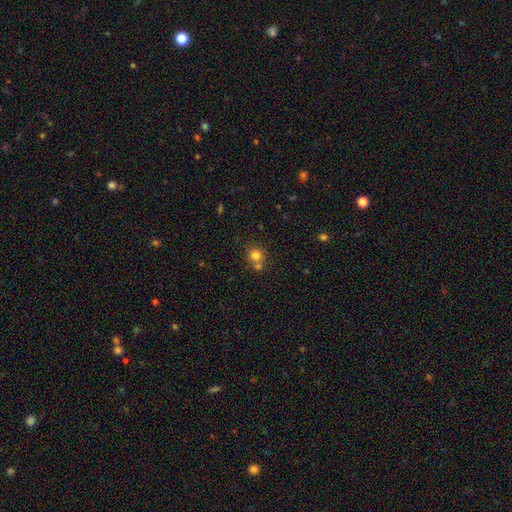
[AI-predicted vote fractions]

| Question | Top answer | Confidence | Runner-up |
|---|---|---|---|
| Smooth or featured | smooth | 78% | star or artifact (14%) |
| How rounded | round | 87% | in between (12%) |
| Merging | none | 60% | merger (29%) |